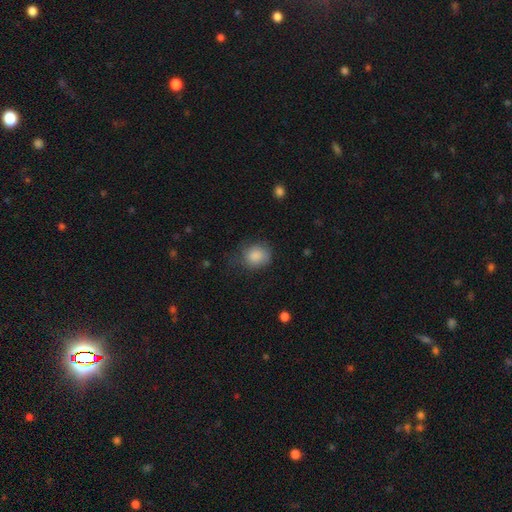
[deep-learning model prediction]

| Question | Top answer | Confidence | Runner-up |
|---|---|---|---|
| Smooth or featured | smooth | 86% | star or artifact (8%) |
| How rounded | round | 75% | in between (24%) |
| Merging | none | 60% | minor disturbance (27%) |